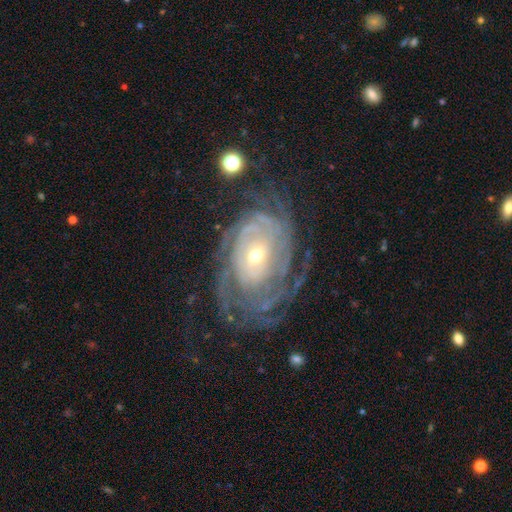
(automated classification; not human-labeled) A featured or disk galaxy (87%) with no bar (72%), tight (75%) spiral arms (94%) and a small central bulge (57%). Merging: none (65%).